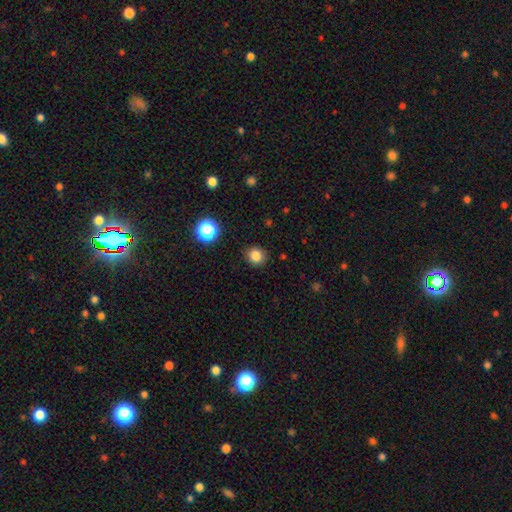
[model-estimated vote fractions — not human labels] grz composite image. It shows a smooth galaxy with no disk features (83%) that is round (82%). Merging: none (89%).